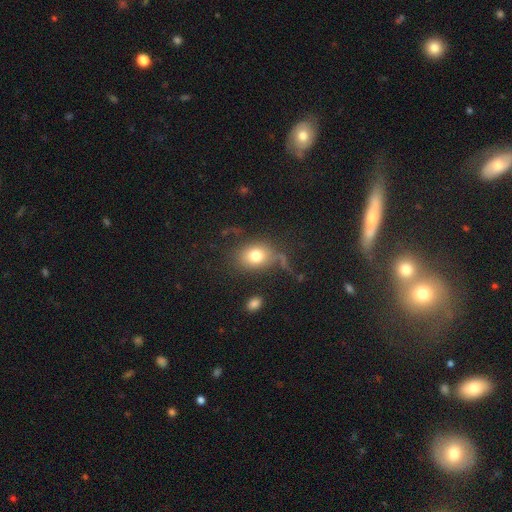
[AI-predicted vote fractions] Smooth or featured?
  - smooth: 75% *
  - featured or disk: 14%
  - star or artifact: 11%
How rounded?
  - in between: 61% *
  - round: 38%
  - cigar-shaped: 1%
Merging?
  - none: 61% *
  - minor disturbance: 18%
  - major disturbance: 15%
  - merger: 7%